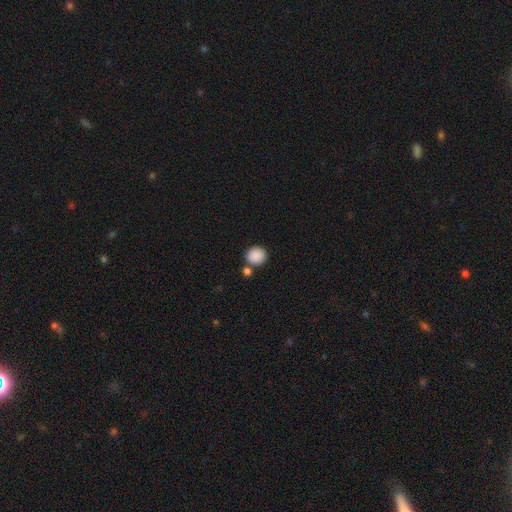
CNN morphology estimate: A smooth galaxy with no disk features (89%) that is round (87%).

Vote fractions:
- Smooth or featured? smooth: 89% / star or artifact: 8% / featured or disk: 3%
- How rounded? round: 87% / in between: 12% / cigar-shaped: 1%
- Merging? none: 75% / merger: 13% / minor disturbance: 9% / major disturbance: 3%